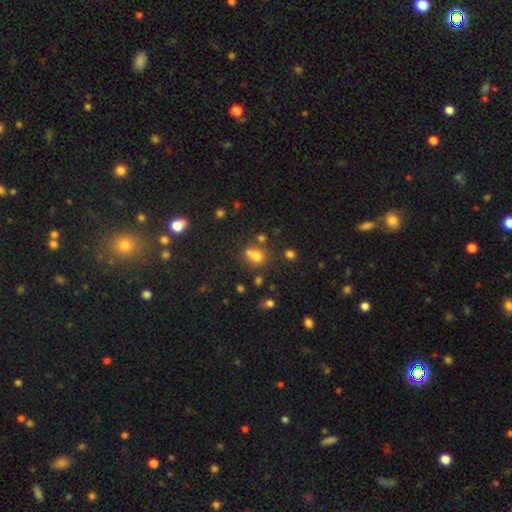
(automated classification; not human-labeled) Overall: smooth (70%). How rounded: round (70%). Merging: none (45%; merger 39%).